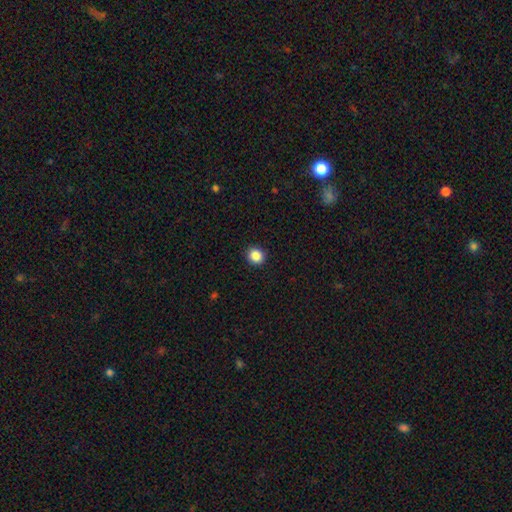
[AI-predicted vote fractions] This appears to be a smooth galaxy with no disk features (87%) that is round (88%). Merging: none (93%).